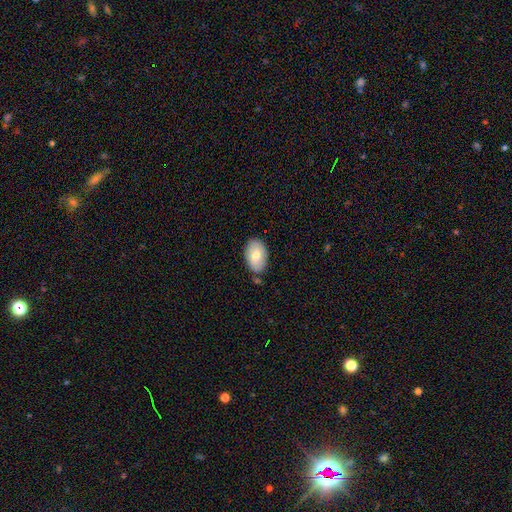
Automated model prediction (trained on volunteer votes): Smooth or featured: smooth — 75% (featured or disk — 19%)
How rounded: in between — 91% (round — 8%)
Merging: none — 79% (minor disturbance — 15%)